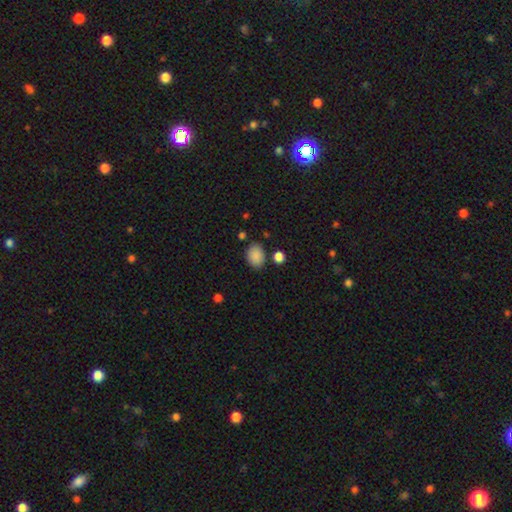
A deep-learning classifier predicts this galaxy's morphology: Q: Smooth or featured?
A: smooth (88%); runner-up: star or artifact (9%)
Q: How rounded?
A: in between (72%); runner-up: round (27%)
Q: Merging?
A: none (77%); runner-up: minor disturbance (14%)